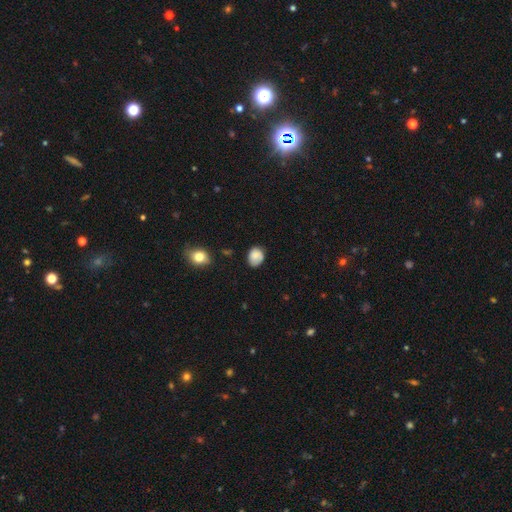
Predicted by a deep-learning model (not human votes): Smooth or featured?
  - smooth: 81% *
  - featured or disk: 10%
  - star or artifact: 9%
How rounded?
  - in between: 51% *
  - round: 48%
  - cigar-shaped: 1%
Merging?
  - none: 66% *
  - minor disturbance: 25%
  - major disturbance: 6%
  - merger: 3%